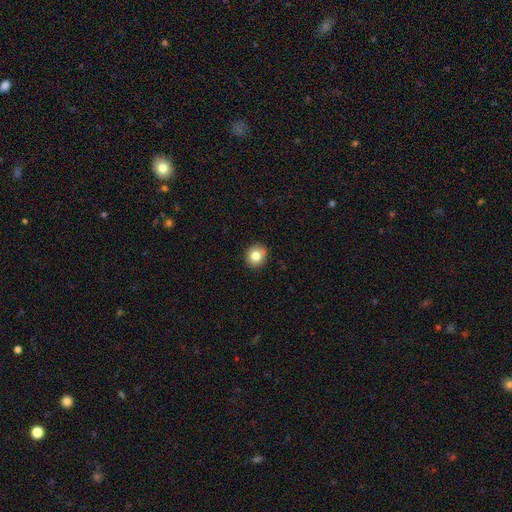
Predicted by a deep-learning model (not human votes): Smooth or featured? smooth (81%)
How rounded? round (83%)
Merging? none (89%)